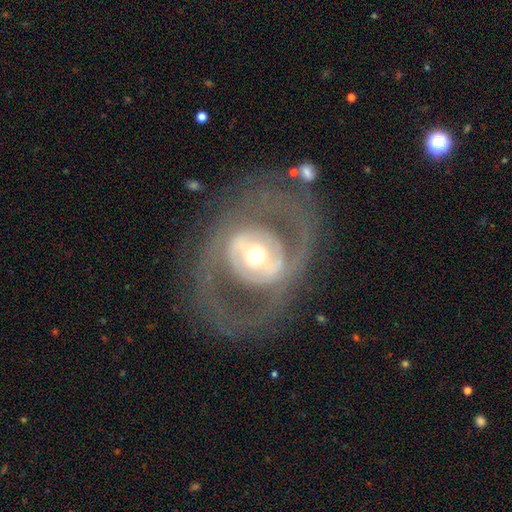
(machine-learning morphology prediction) A featured or disk galaxy (79%) with no bar (42%), spiral arms (52%) and a moderate central bulge (61%).

Vote fractions:
- Smooth or featured? featured or disk: 79% / smooth: 16% / star or artifact: 6%
- Edge-on disk? no: 94% / yes: 6%
- Bar? no: 42% / weak: 31% / strong: 28%
- Spiral arms? yes: 52% / no: 48%
- Bulge size? moderate: 61% / small: 22% / large: 13% / dominant: 2% / none: 1%
- Merging? none: 70% / major disturbance: 16% / minor disturbance: 12% / merger: 2%